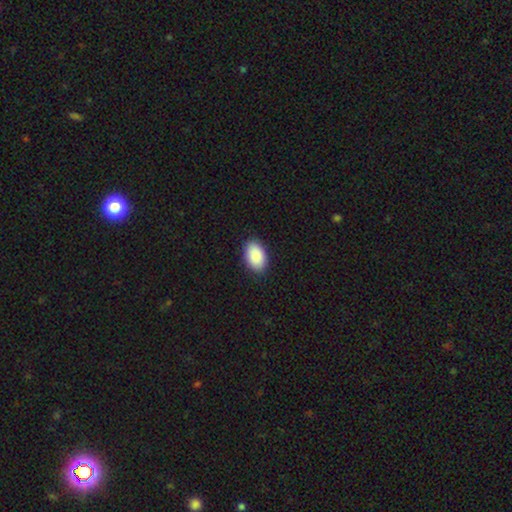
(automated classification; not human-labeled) A smooth galaxy with no disk features (90%) that is in between round and cigar-shaped (93%). Merging: none (89%).